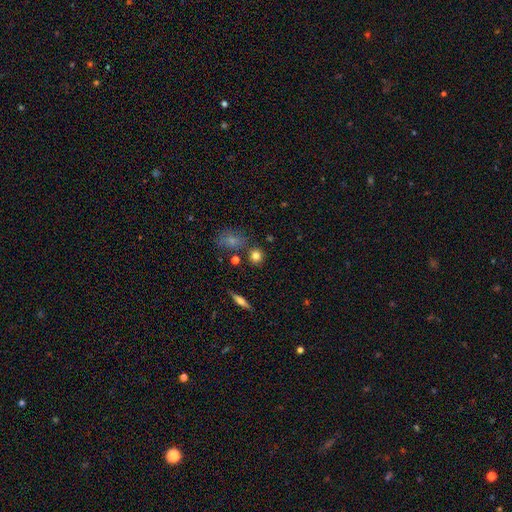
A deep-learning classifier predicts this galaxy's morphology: Smooth or featured? Predicted: smooth (p=0.80). How rounded? Predicted: round (p=0.85). Merging? Predicted: none (p=0.79).